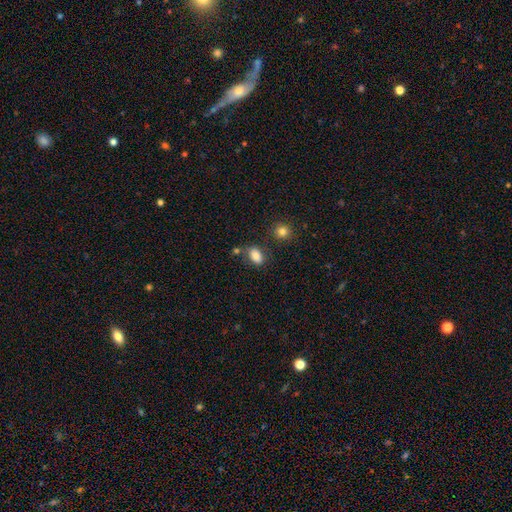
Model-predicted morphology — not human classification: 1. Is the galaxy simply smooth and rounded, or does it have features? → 84% smooth, 9% star or artifact, 7% featured or disk.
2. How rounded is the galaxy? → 85% in between, 13% round, 2% cigar-shaped.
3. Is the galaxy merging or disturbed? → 69% none, 16% minor disturbance, 10% merger, 5% major disturbance.